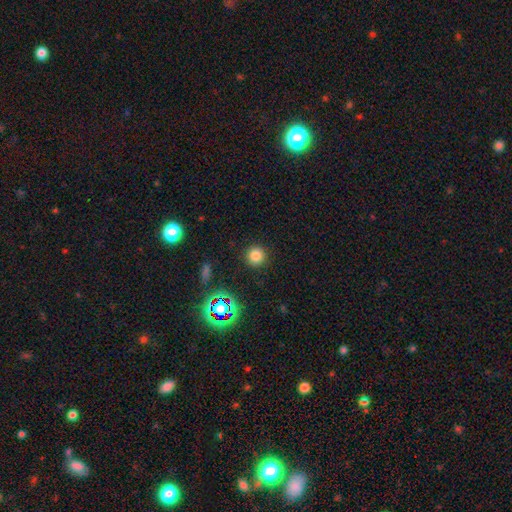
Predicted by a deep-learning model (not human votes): smooth-or-featured: smooth: 78% | star or artifact: 17% | featured or disk: 5%
  how-rounded: round: 95% | in between: 4% | cigar-shaped: 1%
  merging: none: 91% | minor disturbance: 6% | major disturbance: 2% | merger: 1%